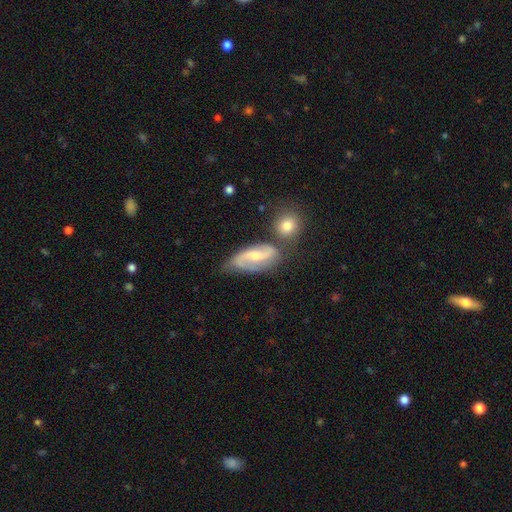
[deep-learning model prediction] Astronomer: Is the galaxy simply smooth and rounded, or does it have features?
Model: featured or disk — 75%.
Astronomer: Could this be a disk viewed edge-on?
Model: no — 93%.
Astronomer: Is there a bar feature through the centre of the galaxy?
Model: weak — 47% (runner-up: no, 32%).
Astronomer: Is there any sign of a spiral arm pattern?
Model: yes — 93%.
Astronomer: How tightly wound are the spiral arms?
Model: loose — 44% (runner-up: medium, 41%).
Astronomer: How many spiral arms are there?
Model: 2 — 87%.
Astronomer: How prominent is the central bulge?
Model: small — 48% (runner-up: moderate, 44%).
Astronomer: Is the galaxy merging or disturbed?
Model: none — 57%.